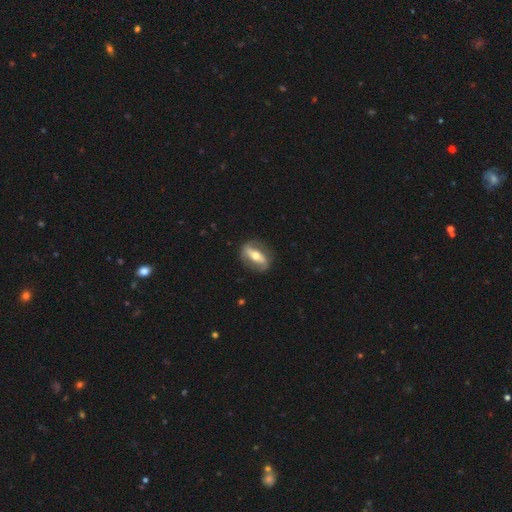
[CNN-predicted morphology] Q: Smooth or featured?
A: featured or disk (69%); runner-up: smooth (26%)
Q: Edge-on disk?
A: no (77%); runner-up: yes (23%)
Q: Bar?
A: strong (63%); runner-up: weak (18%)
Q: Spiral arms?
A: yes (55%); runner-up: no (45%)
Q: Bulge size?
A: moderate (71%); runner-up: small (17%)
Q: Merging?
A: none (79%); runner-up: minor disturbance (14%)